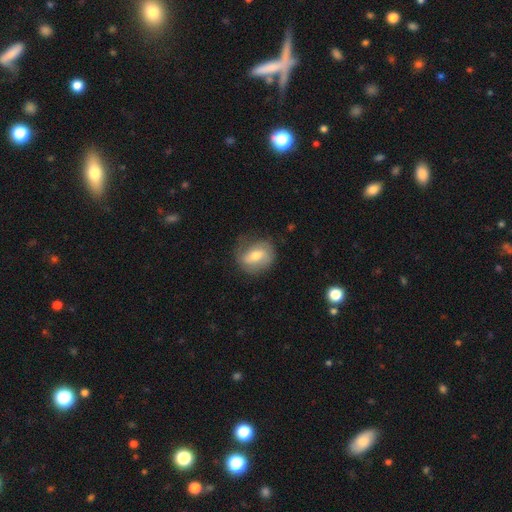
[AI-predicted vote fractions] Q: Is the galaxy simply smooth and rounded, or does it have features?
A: featured or disk — 50%.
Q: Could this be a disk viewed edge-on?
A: no — 94%.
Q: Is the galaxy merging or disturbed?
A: none — 66%.